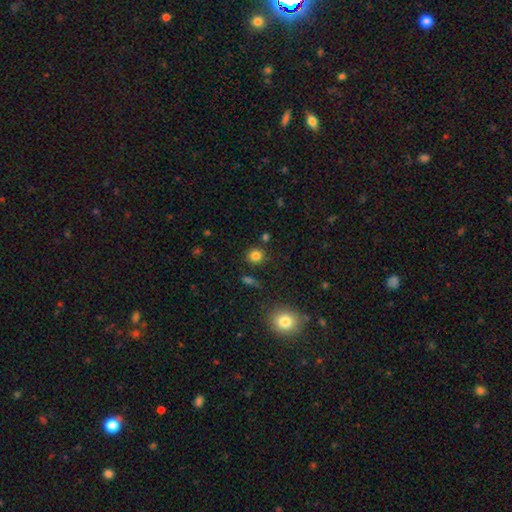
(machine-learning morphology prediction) Q: Smooth or featured?
A: smooth (82%); runner-up: star or artifact (12%)
Q: How rounded?
A: round (87%); runner-up: in between (12%)
Q: Merging?
A: none (85%); runner-up: minor disturbance (8%)